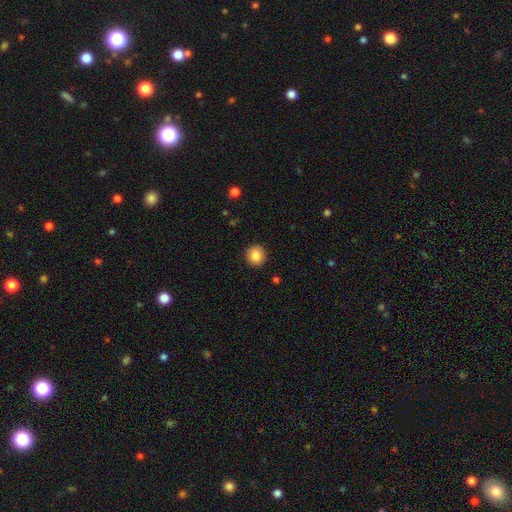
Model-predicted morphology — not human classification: smooth_or_featured: smooth (p=0.85) [alt: star or artifact p=0.09]
how_rounded: round (p=0.92) [alt: in between p=0.07]
merging: none (p=0.91) [alt: minor disturbance p=0.06]